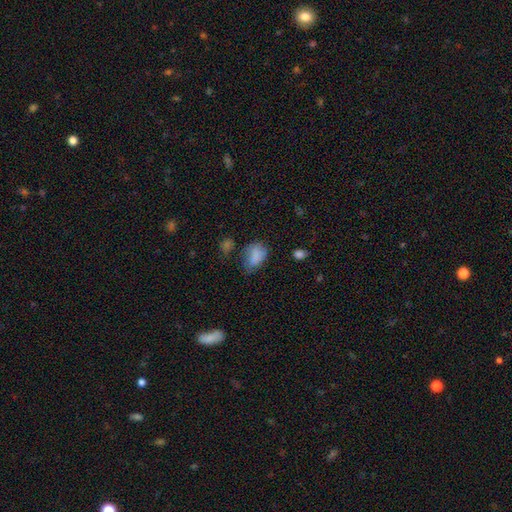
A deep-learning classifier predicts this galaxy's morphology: type=smooth (79%); roundness=in between (81%); merging=none (40%).